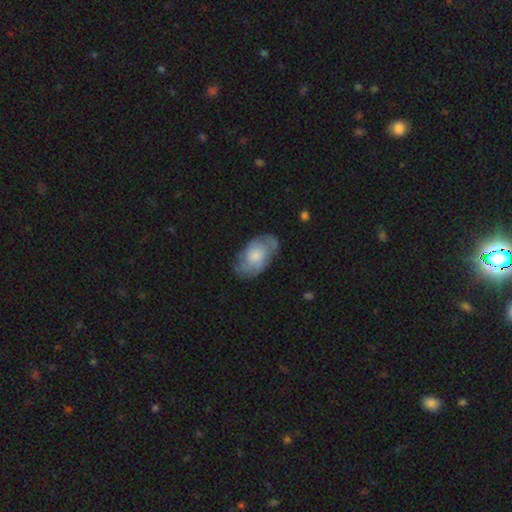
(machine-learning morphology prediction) smooth 53%, featured or disk 41%, star or artifact 6%. Down the decision tree: how rounded — in between (92%); merging — none (64%).